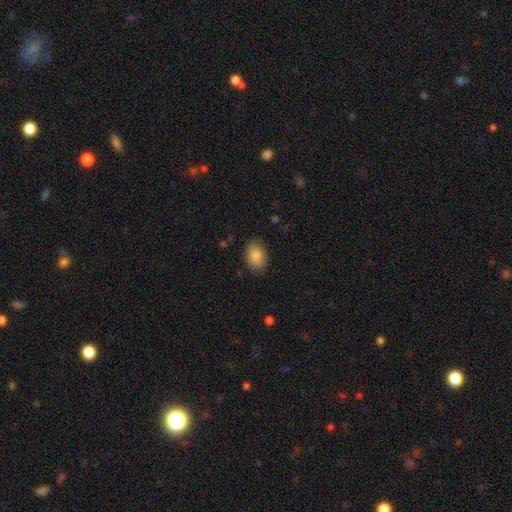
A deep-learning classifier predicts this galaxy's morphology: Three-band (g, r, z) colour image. It shows a smooth galaxy with no disk features (87%) that is in between round and cigar-shaped (82%). Merging: none (82%).